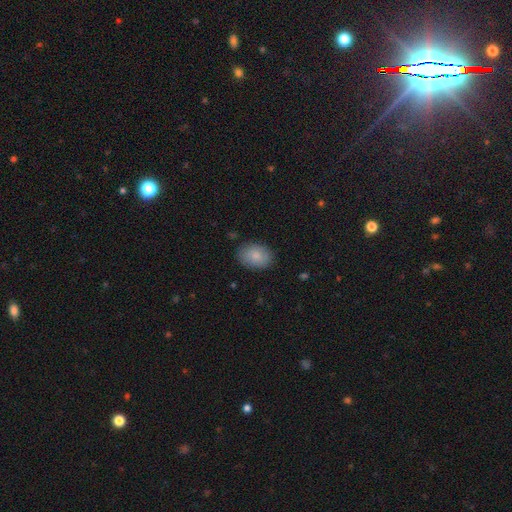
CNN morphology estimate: Smooth or featured? smooth (85%)
How rounded? in between (77%)
Merging? none (85%)